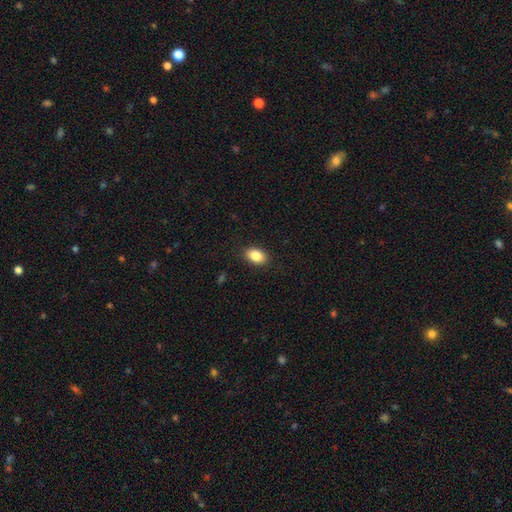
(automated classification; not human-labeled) Smooth or featured? smooth (86%)
How rounded? in between (86%)
Merging? none (88%)